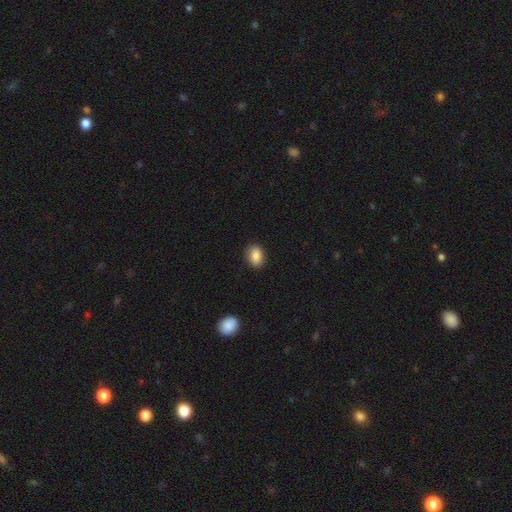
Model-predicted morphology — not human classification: Overall: smooth (87%). How rounded: in between (75%). Merging: none (89%).